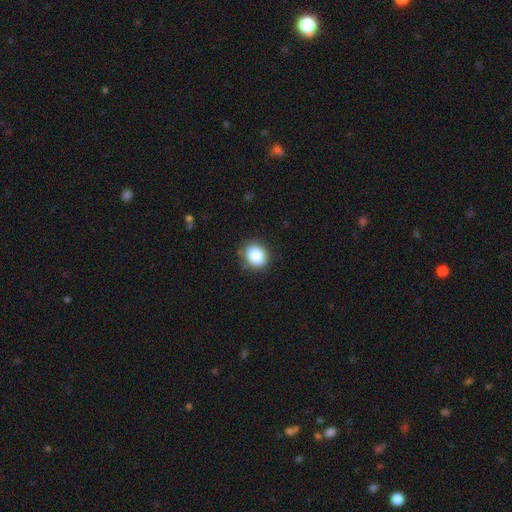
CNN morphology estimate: Q: Smooth or featured?
A: smooth (85%); runner-up: star or artifact (9%)
Q: How rounded?
A: round (67%); runner-up: in between (33%)
Q: Merging?
A: none (86%); runner-up: minor disturbance (10%)